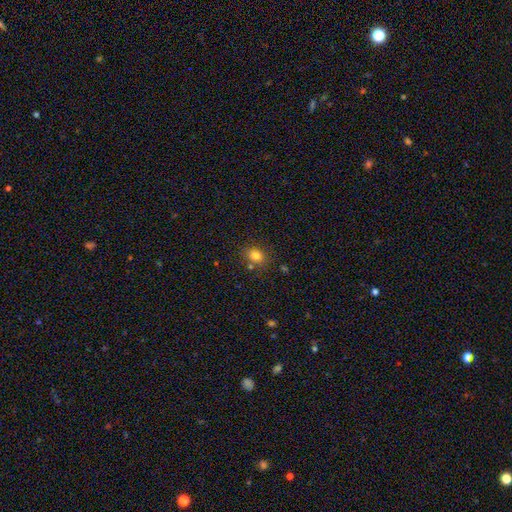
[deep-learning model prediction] smooth 80%, star or artifact 13%, featured or disk 7%. Down the decision tree: how rounded — round (64%); merging — none (75%).